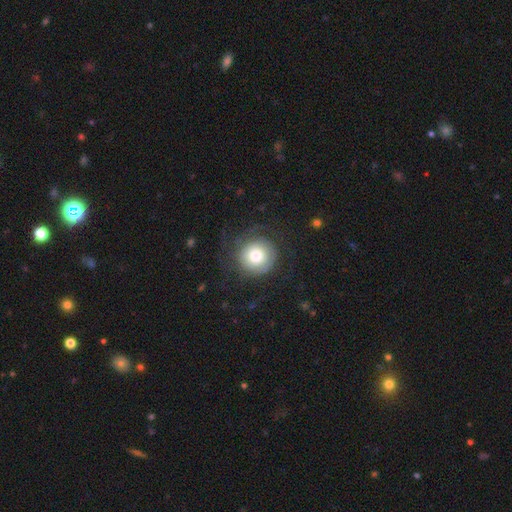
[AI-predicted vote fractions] Smooth or featured? smooth (57%)
How rounded? round (94%)
Merging? none (68%)